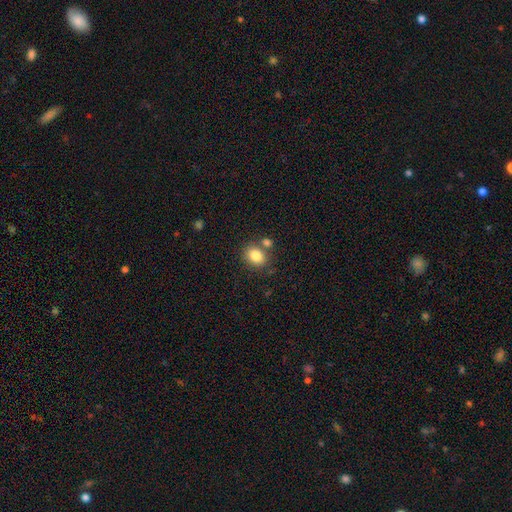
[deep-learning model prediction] Smooth or featured?
  - smooth: 83% *
  - star or artifact: 10%
  - featured or disk: 7%
How rounded?
  - in between: 53% *
  - round: 46%
  - cigar-shaped: 1%
Merging?
  - none: 69% *
  - merger: 17%
  - minor disturbance: 11%
  - major disturbance: 3%